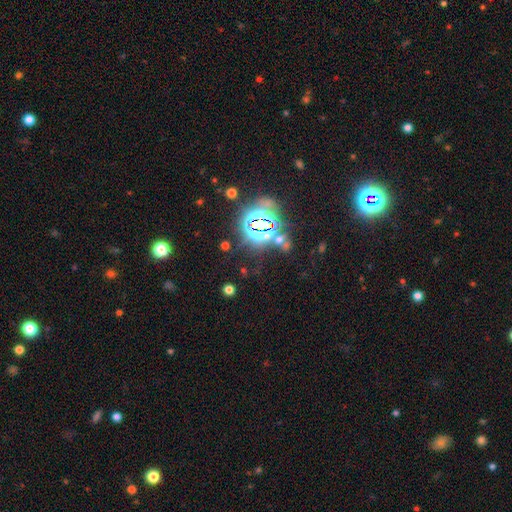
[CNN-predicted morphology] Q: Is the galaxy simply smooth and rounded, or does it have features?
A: star or artifact — 80%.